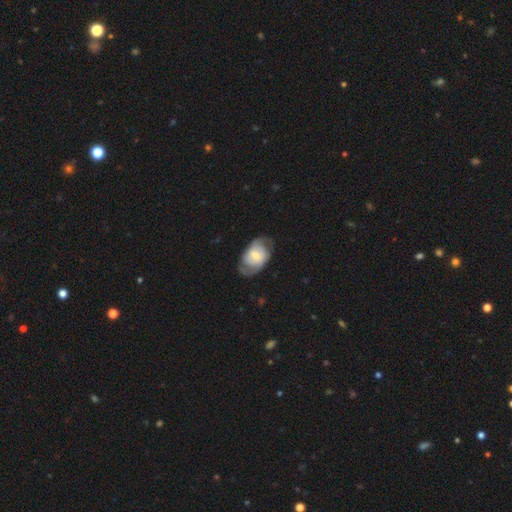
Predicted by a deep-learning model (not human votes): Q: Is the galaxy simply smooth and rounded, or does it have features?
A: featured or disk — 61%.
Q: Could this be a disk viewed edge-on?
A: no — 96%.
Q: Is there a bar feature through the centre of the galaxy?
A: no — 45%.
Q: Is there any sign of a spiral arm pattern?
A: yes — 83%.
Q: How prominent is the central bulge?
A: moderate — 50%.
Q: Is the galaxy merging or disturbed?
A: none — 64%.